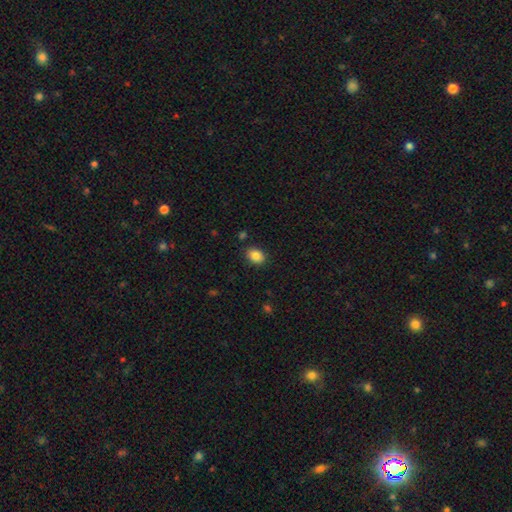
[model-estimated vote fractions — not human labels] smooth-or-featured: smooth: 85% | star or artifact: 9% | featured or disk: 6%
  how-rounded: in between: 65% | round: 34% | cigar-shaped: 1%
  merging: none: 86% | minor disturbance: 10% | major disturbance: 2% | merger: 2%